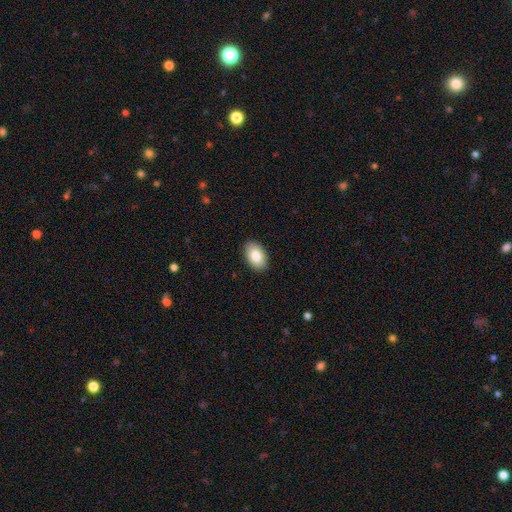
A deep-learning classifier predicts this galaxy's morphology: A smooth galaxy with no disk features (85%) that is in between round and cigar-shaped (91%). Merging: none (90%).